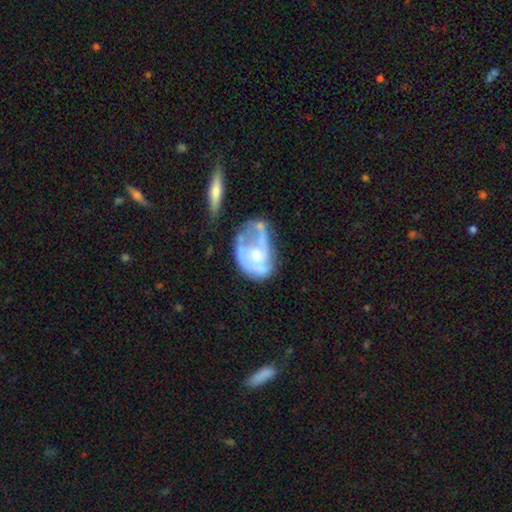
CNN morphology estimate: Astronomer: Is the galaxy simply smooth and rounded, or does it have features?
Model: featured or disk — 65%.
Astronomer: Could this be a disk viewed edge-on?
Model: no — 96%.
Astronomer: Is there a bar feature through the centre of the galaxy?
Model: no — 76%.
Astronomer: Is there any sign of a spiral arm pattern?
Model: yes — 51% (runner-up: no, 49%).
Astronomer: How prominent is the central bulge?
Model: moderate — 46% (runner-up: small, 36%).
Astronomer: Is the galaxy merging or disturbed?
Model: major disturbance — 33% (runner-up: none, 27%).